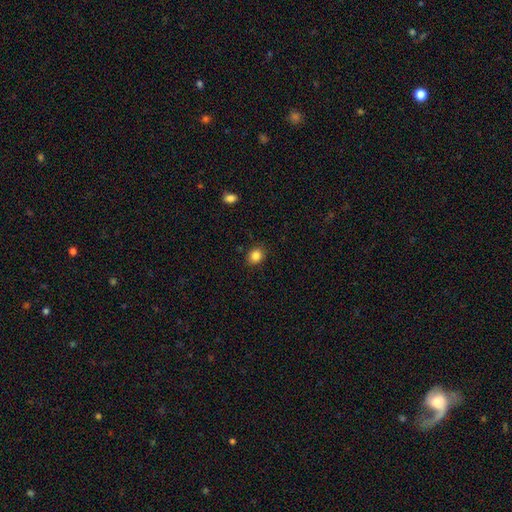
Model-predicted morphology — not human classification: smooth_or_featured: smooth (p=0.85) [alt: star or artifact p=0.10]
how_rounded: round (p=0.65) [alt: in between p=0.34]
merging: none (p=0.88) [alt: minor disturbance p=0.09]